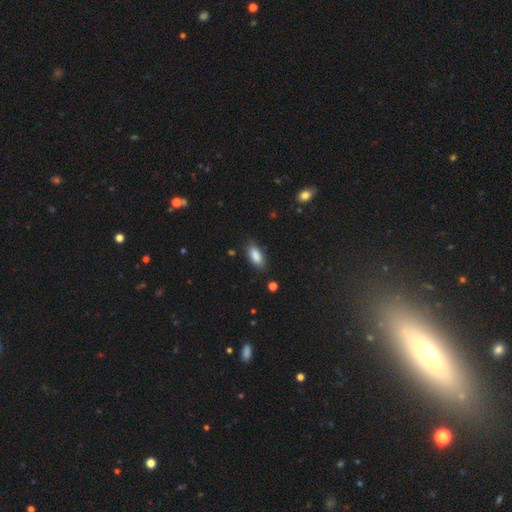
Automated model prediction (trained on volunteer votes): The model was most divided on "merging": none: 81%, minor disturbance: 15%, major disturbance: 3%, merger: 2%. More confident: how rounded — in between (87%); smooth or featured — smooth (86%).